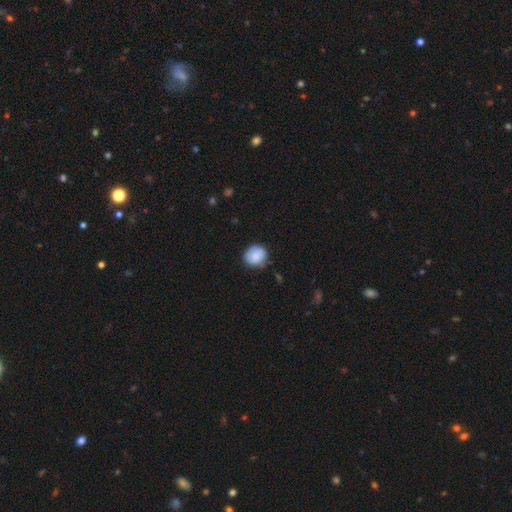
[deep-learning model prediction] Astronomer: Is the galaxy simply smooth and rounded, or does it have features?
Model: smooth — 85%.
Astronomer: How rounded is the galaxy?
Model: round — 80%.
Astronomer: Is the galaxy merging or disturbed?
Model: none — 76%.